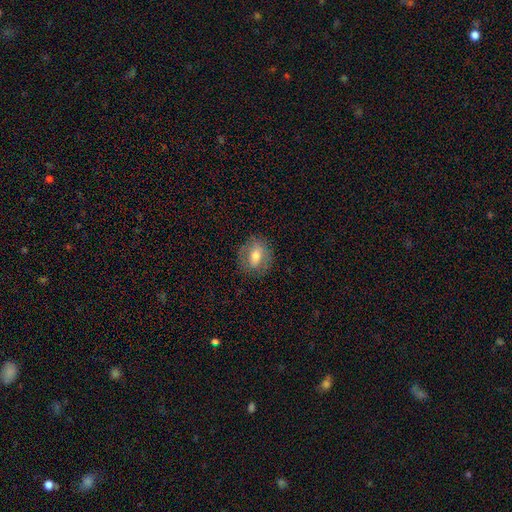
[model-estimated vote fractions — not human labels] Smooth or featured? Predicted: smooth (p=0.57). How rounded? Predicted: in between (p=0.55). Merging? Predicted: none (p=0.79).